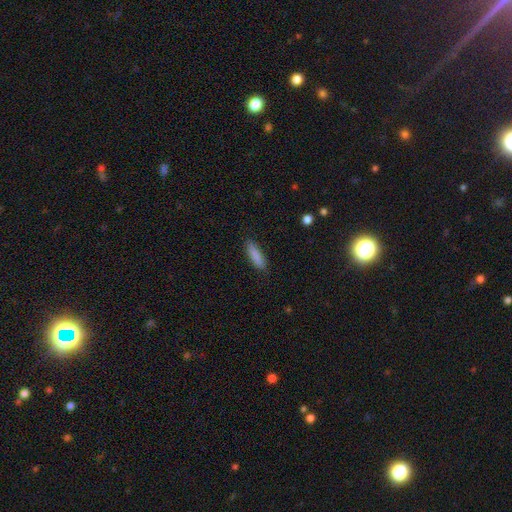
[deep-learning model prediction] A smooth galaxy with no disk features (87%) that is cigar-shaped (60%).

Vote fractions:
- Smooth or featured? smooth: 87% / star or artifact: 6% / featured or disk: 6%
- How rounded? cigar-shaped: 60% / in between: 38% / round: 2%
- Merging? none: 87% / minor disturbance: 10% / major disturbance: 2% / merger: 1%